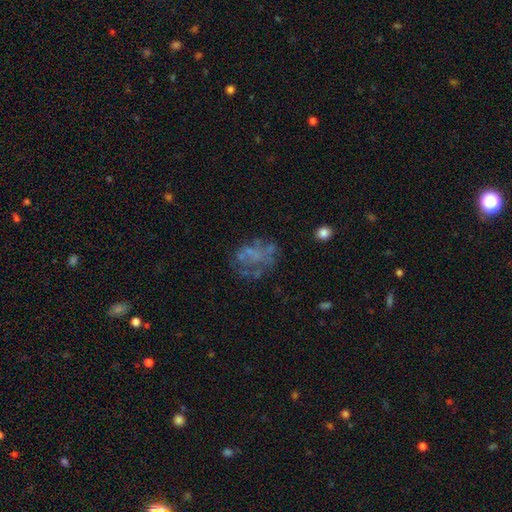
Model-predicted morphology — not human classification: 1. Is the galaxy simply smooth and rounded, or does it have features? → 55% featured or disk, 27% smooth, 18% star or artifact.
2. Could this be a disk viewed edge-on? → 98% no, 2% yes.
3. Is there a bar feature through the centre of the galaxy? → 92% no, 6% weak, 2% strong.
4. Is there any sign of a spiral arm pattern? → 89% no, 11% yes.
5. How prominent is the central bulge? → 80% none, 10% small, 7% moderate, 2% large, 1% dominant.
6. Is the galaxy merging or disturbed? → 48% none, 27% major disturbance, 19% minor disturbance, 6% merger.